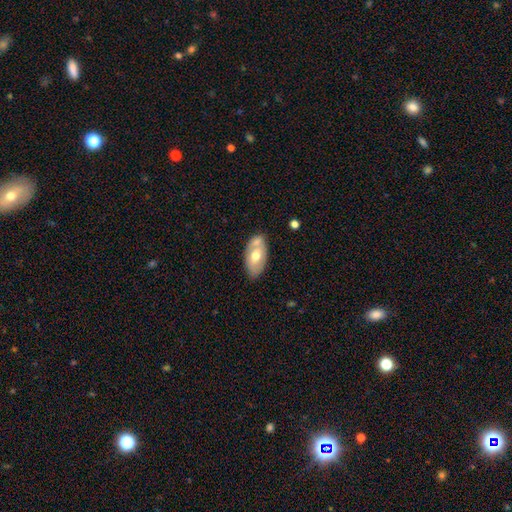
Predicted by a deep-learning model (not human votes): This appears to be a smooth galaxy with no disk features (52%) that is in between round and cigar-shaped (93%). Merging: none (58%).